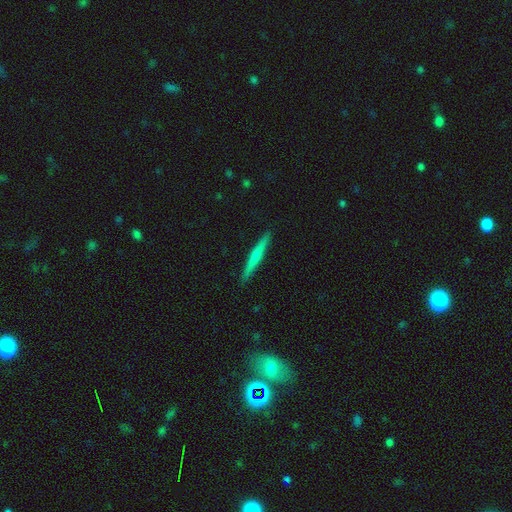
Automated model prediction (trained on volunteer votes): Smooth or featured: smooth — 56% (featured or disk — 38%)
How rounded: cigar-shaped — 96% (in between — 3%)
Merging: none — 91% (minor disturbance — 6%)